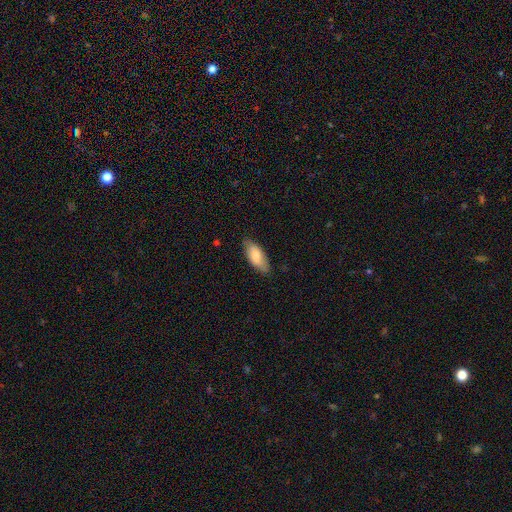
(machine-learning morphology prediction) Smooth or featured: smooth — 81% (featured or disk — 13%)
How rounded: in between — 82% (cigar-shaped — 17%)
Merging: none — 81% (minor disturbance — 15%)